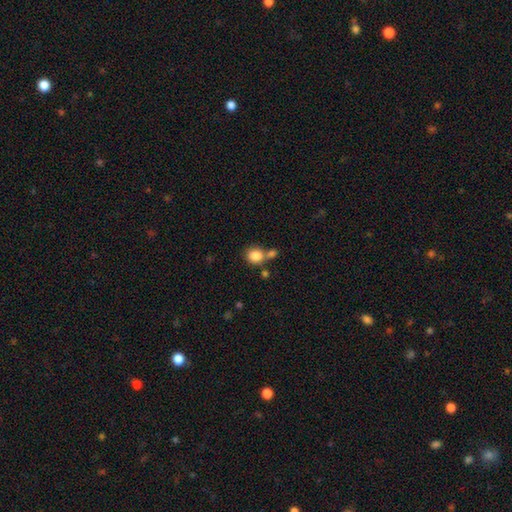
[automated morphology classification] Smooth or featured: smooth — 85% (star or artifact — 9%)
How rounded: round — 74% (in between — 25%)
Merging: none — 53% (merger — 32%)